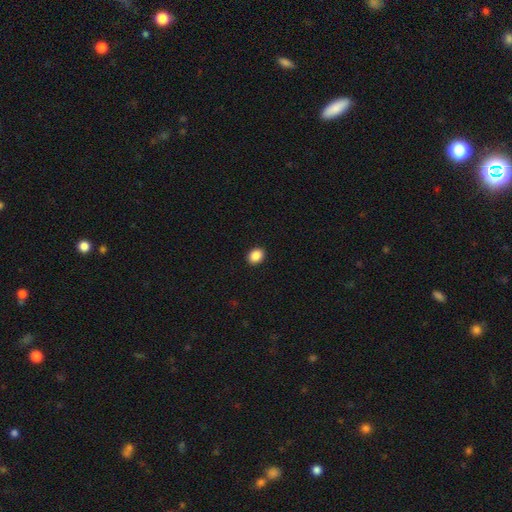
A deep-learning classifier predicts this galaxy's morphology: Smooth or featured: smooth — 88% (star or artifact — 9%)
How rounded: in between — 53% (round — 46%)
Merging: none — 92% (minor disturbance — 6%)